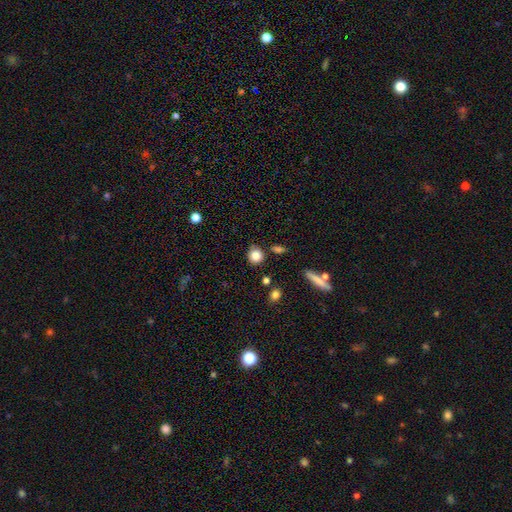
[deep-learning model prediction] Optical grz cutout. It shows a smooth galaxy with no disk features (84%) that is round (88%). Merging: none (82%).